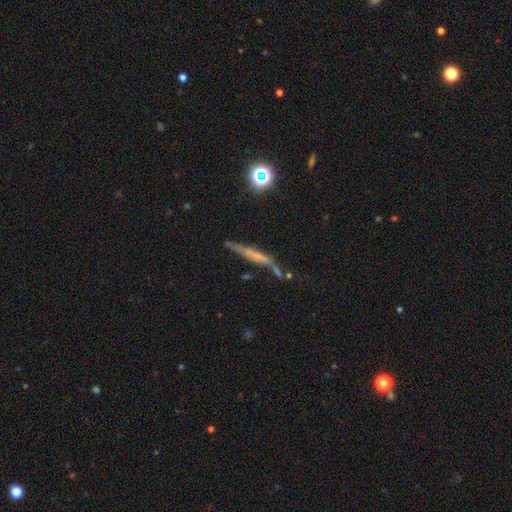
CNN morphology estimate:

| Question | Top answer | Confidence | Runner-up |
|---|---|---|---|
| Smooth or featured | featured or disk | 53% | smooth (31%) |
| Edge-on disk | yes | 84% | no (16%) |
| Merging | none | 62% | minor disturbance (21%) |